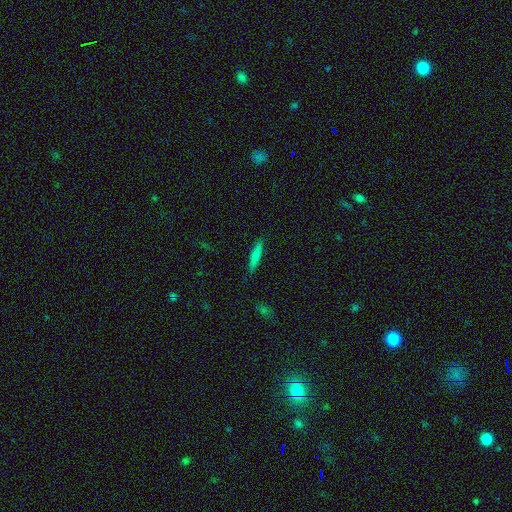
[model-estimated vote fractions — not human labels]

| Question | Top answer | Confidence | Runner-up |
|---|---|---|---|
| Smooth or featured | smooth | 62% | featured or disk (31%) |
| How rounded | cigar-shaped | 85% | in between (13%) |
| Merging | none | 88% | minor disturbance (9%) |